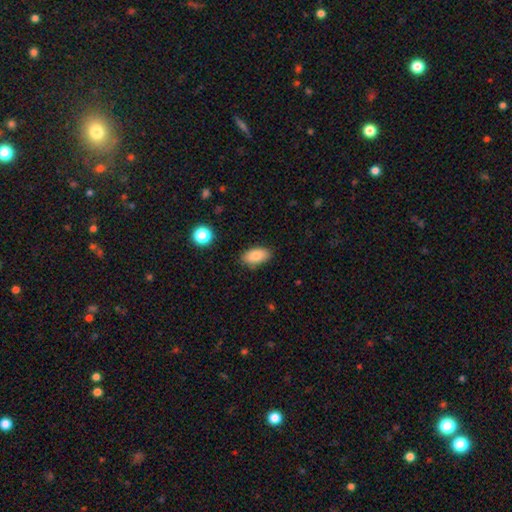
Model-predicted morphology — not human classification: Smooth or featured: smooth — 84% (star or artifact — 8%)
How rounded: in between — 92% (cigar-shaped — 4%)
Merging: none — 85% (minor disturbance — 11%)